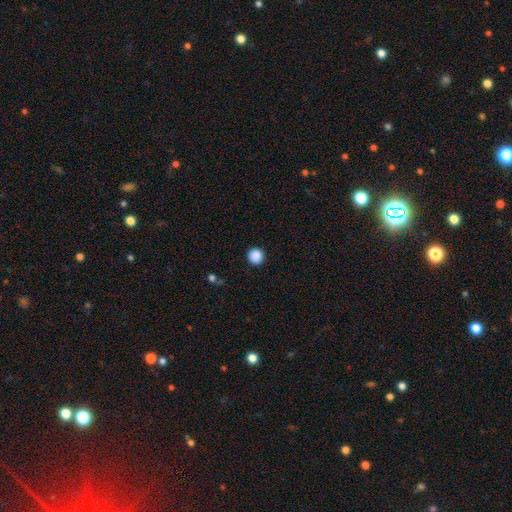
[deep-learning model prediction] Overall: smooth (89%). How rounded: round (95%). Merging: none (92%).